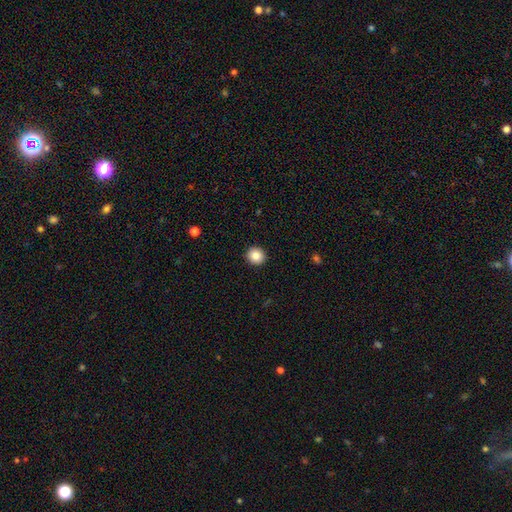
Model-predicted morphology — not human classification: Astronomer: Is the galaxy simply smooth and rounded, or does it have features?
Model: smooth — 86%.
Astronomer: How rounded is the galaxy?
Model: round — 89%.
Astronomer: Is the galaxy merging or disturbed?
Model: none — 93%.